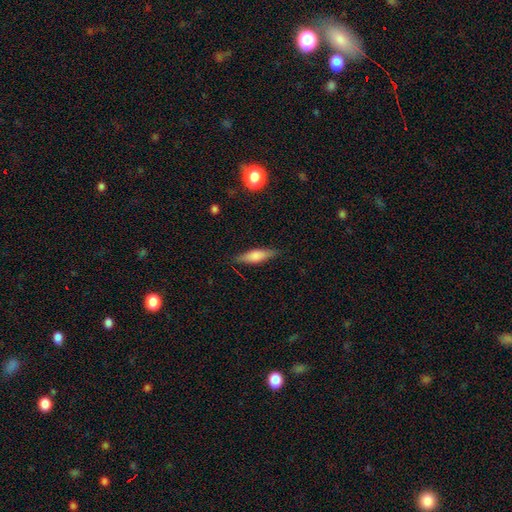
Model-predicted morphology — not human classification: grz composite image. It shows a smooth galaxy with no disk features (65%) that is cigar-shaped (58%). Merging: none (84%).